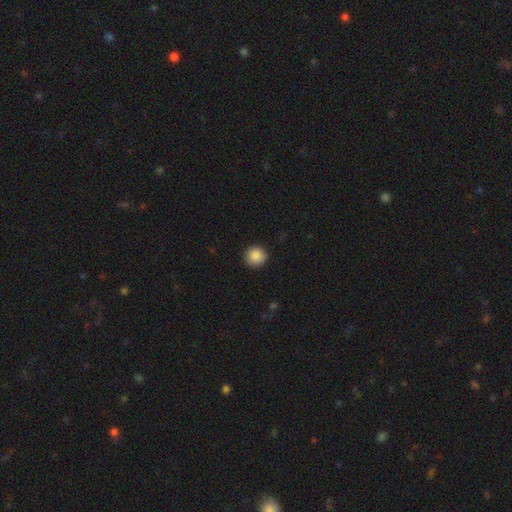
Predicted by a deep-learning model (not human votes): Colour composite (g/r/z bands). It shows a smooth galaxy with no disk features (88%) that is round (95%). Merging: none (91%).